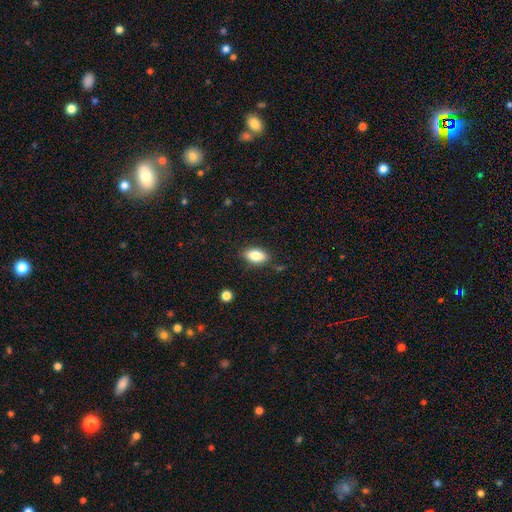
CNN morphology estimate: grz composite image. It shows a smooth galaxy with no disk features (84%) that is in between round and cigar-shaped (90%). Merging: none (83%).